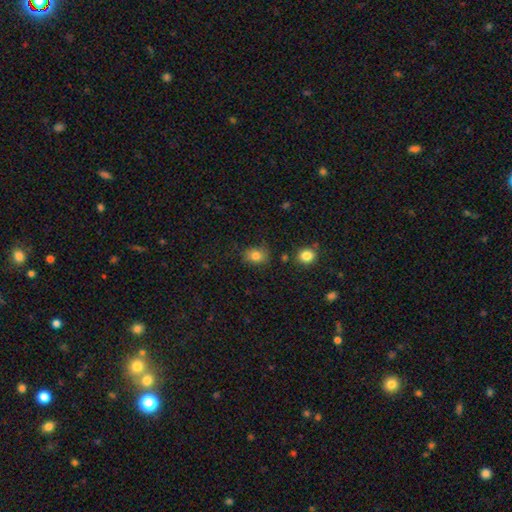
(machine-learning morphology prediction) This appears to be a smooth galaxy with no disk features (82%) that is in between round and cigar-shaped (56%). Merging: none (76%).